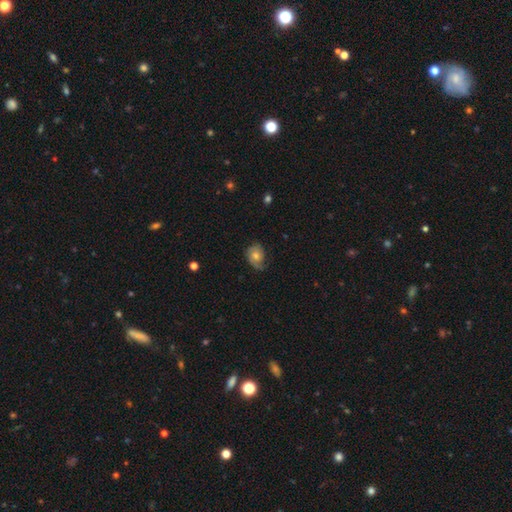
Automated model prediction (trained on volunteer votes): Smooth or featured?
  - featured or disk: 47% *
  - smooth: 44%
  - star or artifact: 8%
Merging?
  - none: 53% *
  - minor disturbance: 29%
  - major disturbance: 16%
  - merger: 1%